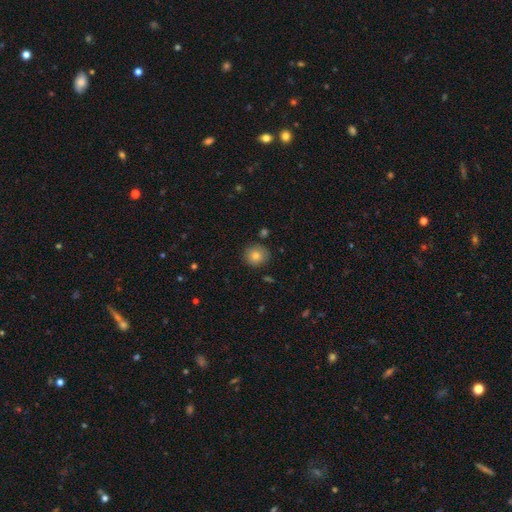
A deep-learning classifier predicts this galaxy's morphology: This is clearly a smooth galaxy (81%). How rounded: clearly round (87%). Merging: clearly none (87%).